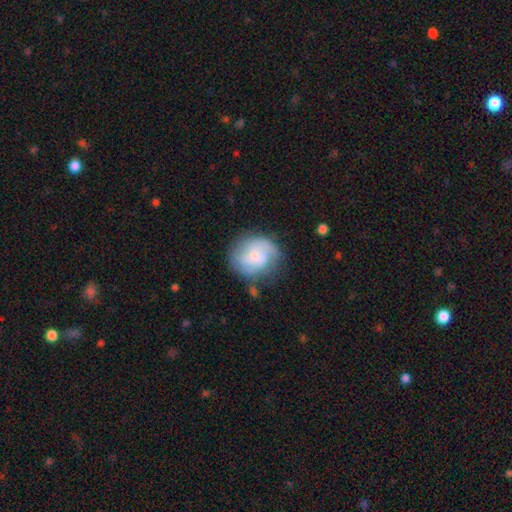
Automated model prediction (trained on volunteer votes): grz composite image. It shows a featured or disk galaxy (52%) with no bar (60%), spiral arms (83%) and a small central bulge (41%). Merging: none (63%).